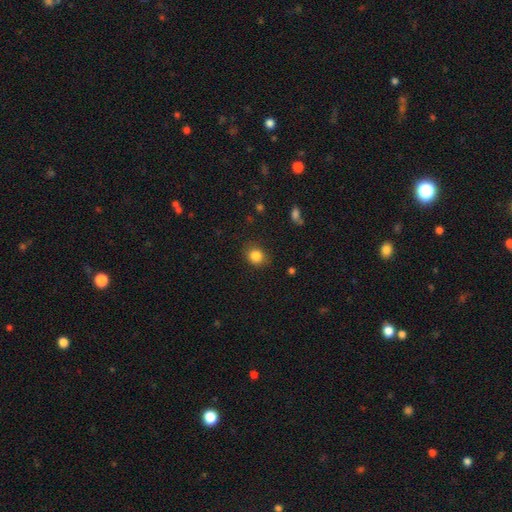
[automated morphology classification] Smooth or featured? Predicted: smooth (p=0.85). How rounded? Predicted: round (p=0.68). Merging? Predicted: none (p=0.82).